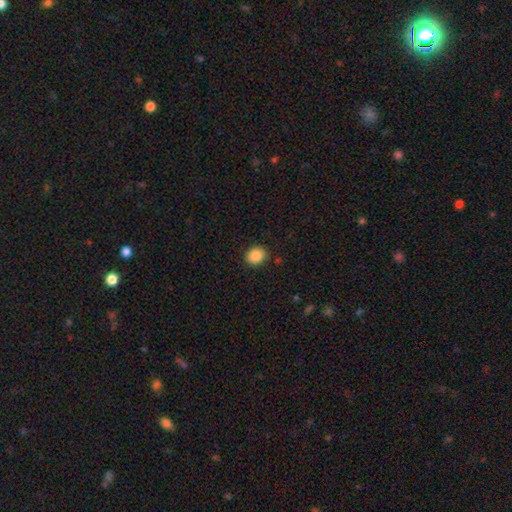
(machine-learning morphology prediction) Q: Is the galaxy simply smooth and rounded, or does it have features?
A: smooth — 88%.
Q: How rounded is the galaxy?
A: round — 64%.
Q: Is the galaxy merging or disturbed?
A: none — 88%.